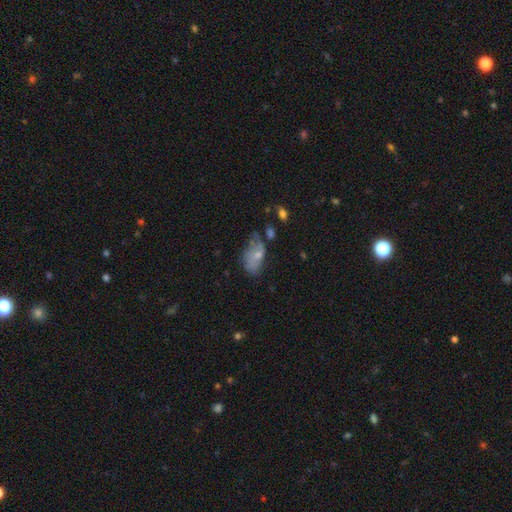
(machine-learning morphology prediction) Smooth or featured: smooth — 61% (featured or disk — 29%)
How rounded: in between — 91% (round — 6%)
Merging: none — 34% (minor disturbance — 33%)